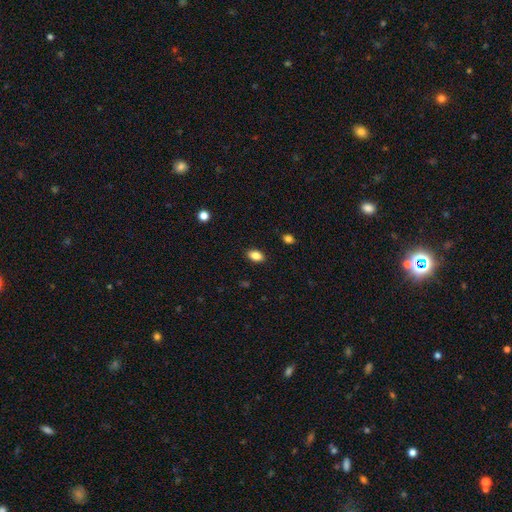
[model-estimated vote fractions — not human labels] Smooth or featured?
  - smooth: 85% *
  - star or artifact: 9%
  - featured or disk: 6%
How rounded?
  - in between: 88% *
  - round: 10%
  - cigar-shaped: 2%
Merging?
  - none: 89% *
  - minor disturbance: 8%
  - major disturbance: 2%
  - merger: 1%